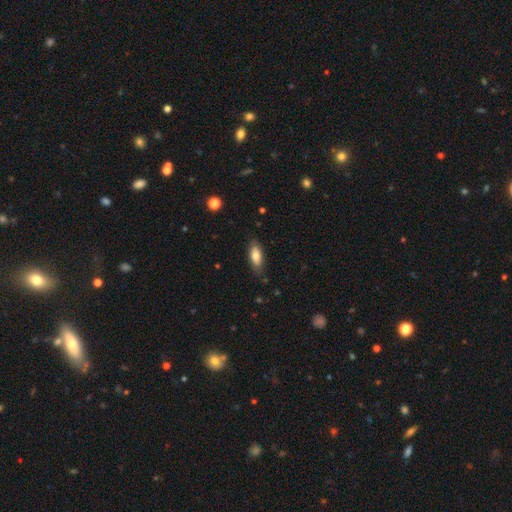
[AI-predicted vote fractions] Smooth or featured? Predicted: smooth (p=0.76). How rounded? Predicted: in between (p=0.80). Merging? Predicted: none (p=0.79).